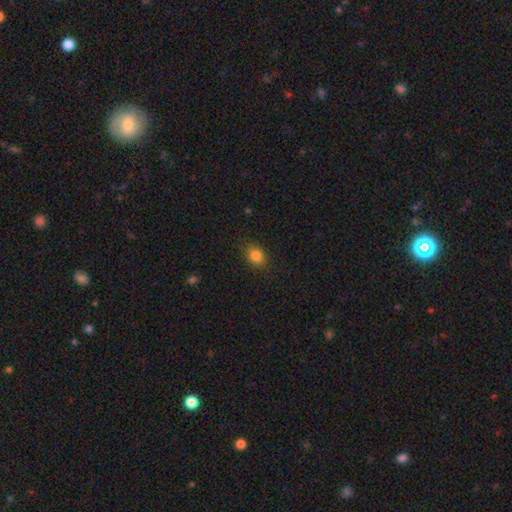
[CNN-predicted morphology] Overall: smooth (84%). How rounded: in between (61%; round 38%). Merging: none (86%).